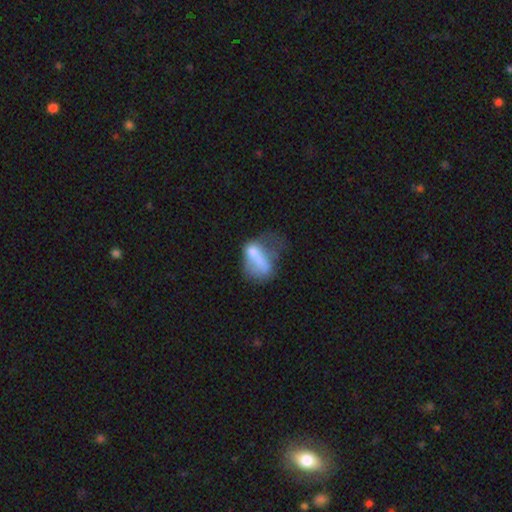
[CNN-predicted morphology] Smooth or featured? Predicted: smooth (p=0.53). How rounded? Predicted: in between (p=0.76). Merging? Predicted: major disturbance (p=0.38).